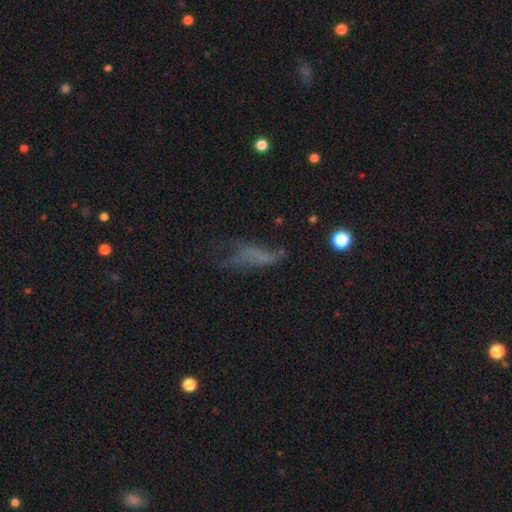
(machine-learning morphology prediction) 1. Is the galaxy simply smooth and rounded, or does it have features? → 43% smooth, 34% featured or disk, 23% star or artifact.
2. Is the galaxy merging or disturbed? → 38% major disturbance, 35% none, 23% minor disturbance, 5% merger.